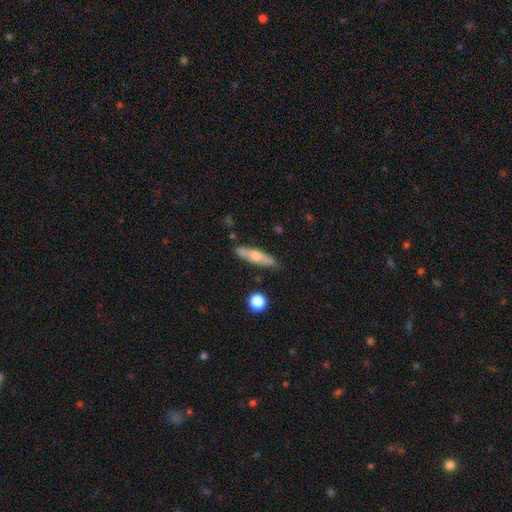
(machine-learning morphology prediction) This appears to be a smooth galaxy with no disk features (48%). Merging: none (82%).